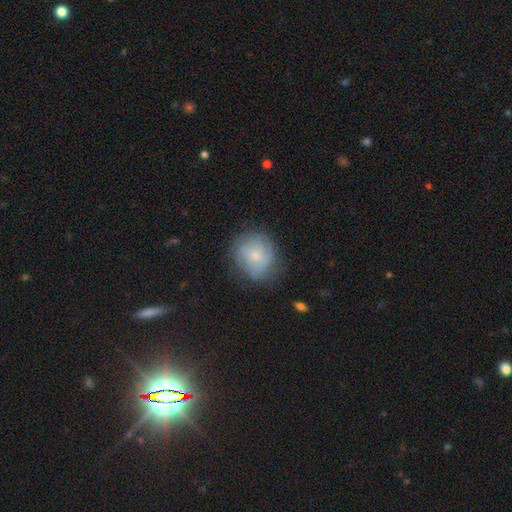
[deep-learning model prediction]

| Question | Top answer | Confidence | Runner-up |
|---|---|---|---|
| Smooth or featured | smooth | 55% | featured or disk (37%) |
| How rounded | round | 77% | in between (22%) |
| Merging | none | 71% | minor disturbance (20%) |